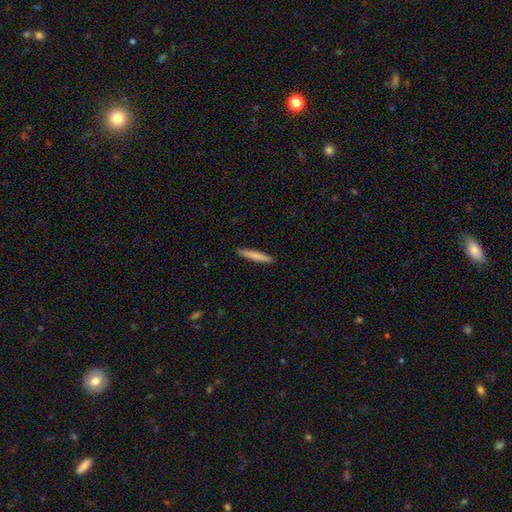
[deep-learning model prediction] Smooth or featured? Predicted: smooth (p=0.77). How rounded? Predicted: cigar-shaped (p=0.94). Merging? Predicted: none (p=0.90).